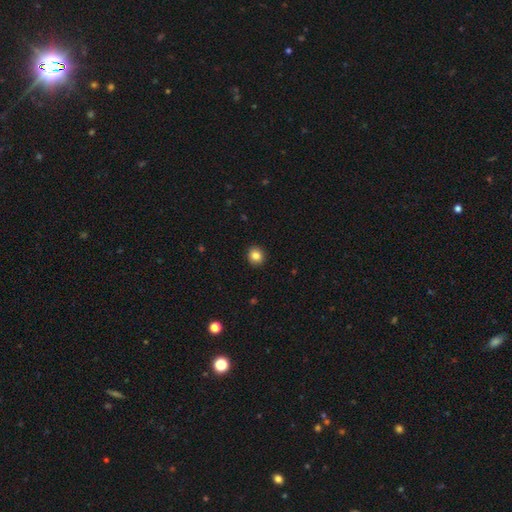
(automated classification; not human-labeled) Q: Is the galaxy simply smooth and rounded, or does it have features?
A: smooth — 84%.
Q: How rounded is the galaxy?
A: round — 85%.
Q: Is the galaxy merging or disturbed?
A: none — 93%.